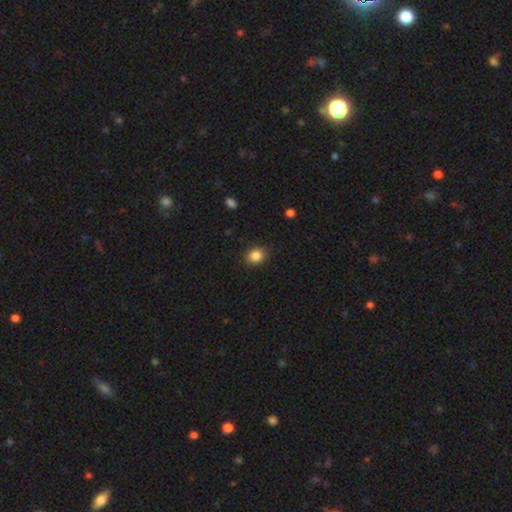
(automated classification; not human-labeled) Smooth or featured? Predicted: smooth (p=0.85). How rounded? Predicted: round (p=0.66). Merging? Predicted: none (p=0.87).